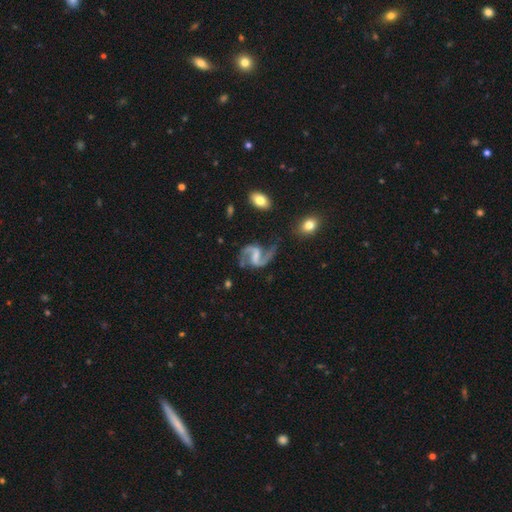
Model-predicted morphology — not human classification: This is clearly a featured or disk galaxy (92%). It is clearly not viewed edge-on (98%). Bar: possibly weak (46%). Spiral arm pattern: clearly yes (98%). Spiral arm count: clearly 2 (94%). Spiral winding: possibly loose (47%). Central bulge: marginally none (40%). Merging: likely none (71%).